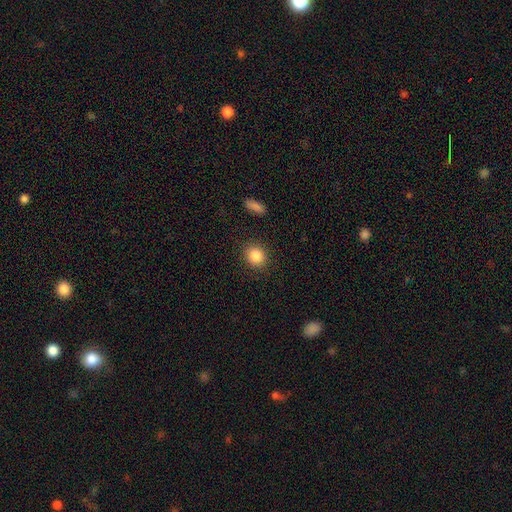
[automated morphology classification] Q: Smooth or featured?
A: smooth (87%); runner-up: star or artifact (9%)
Q: How rounded?
A: round (74%); runner-up: in between (25%)
Q: Merging?
A: none (88%); runner-up: minor disturbance (8%)